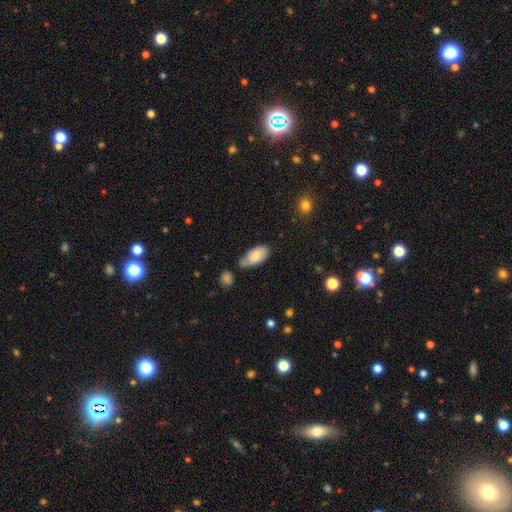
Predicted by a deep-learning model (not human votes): Q: Smooth or featured?
A: smooth (77%); runner-up: featured or disk (17%)
Q: How rounded?
A: in between (92%); runner-up: cigar-shaped (5%)
Q: Merging?
A: none (58%); runner-up: minor disturbance (29%)